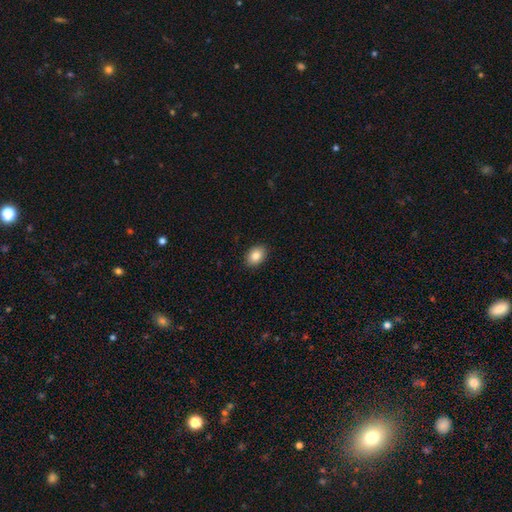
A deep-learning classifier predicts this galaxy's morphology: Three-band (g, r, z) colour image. It shows a smooth galaxy with no disk features (86%) that is in between round and cigar-shaped (76%). Merging: none (89%).